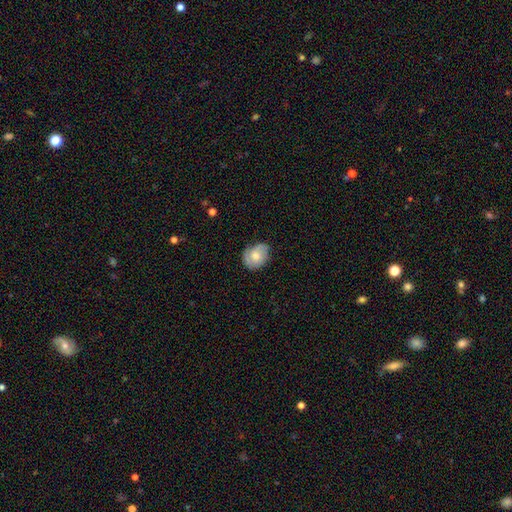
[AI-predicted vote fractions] A smooth galaxy with no disk features (55%) that is round (53%).

Vote fractions:
- Smooth or featured? smooth: 55% / featured or disk: 38% / star or artifact: 7%
- How rounded? round: 53% / in between: 46% / cigar-shaped: 1%
- Merging? none: 66% / minor disturbance: 27% / major disturbance: 6% / merger: 1%